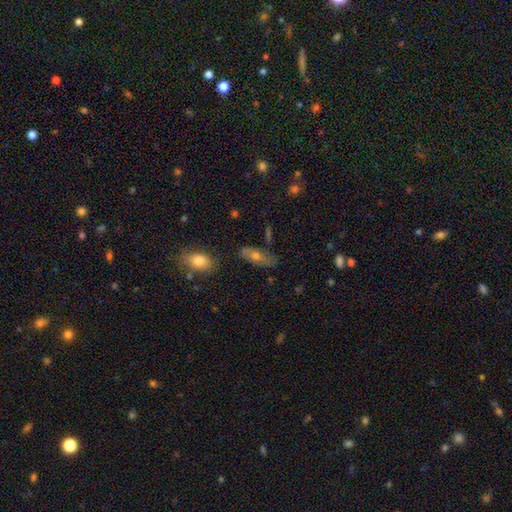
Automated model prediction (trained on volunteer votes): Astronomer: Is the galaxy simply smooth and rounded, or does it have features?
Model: smooth — 49% (runner-up: featured or disk, 40%).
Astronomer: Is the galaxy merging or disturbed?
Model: none — 68%.